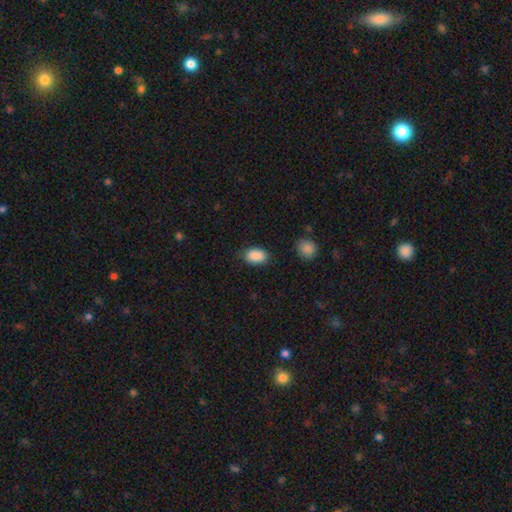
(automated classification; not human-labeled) smooth_or_featured: smooth (p=0.89) [alt: star or artifact p=0.07]
how_rounded: in between (p=0.88) [alt: round p=0.11]
merging: none (p=0.79) [alt: minor disturbance p=0.16]